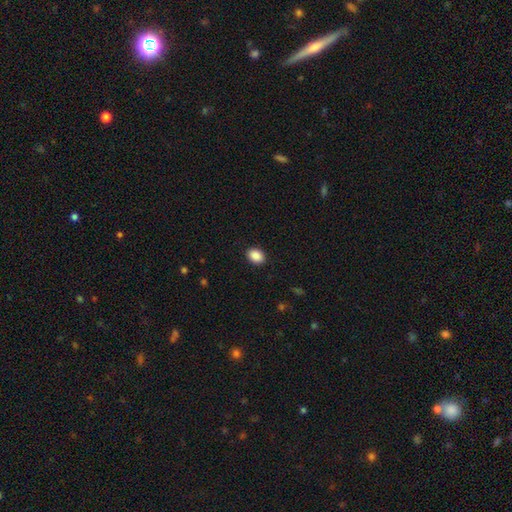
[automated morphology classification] Smooth or featured? smooth (90%)
How rounded? in between (69%)
Merging? none (90%)